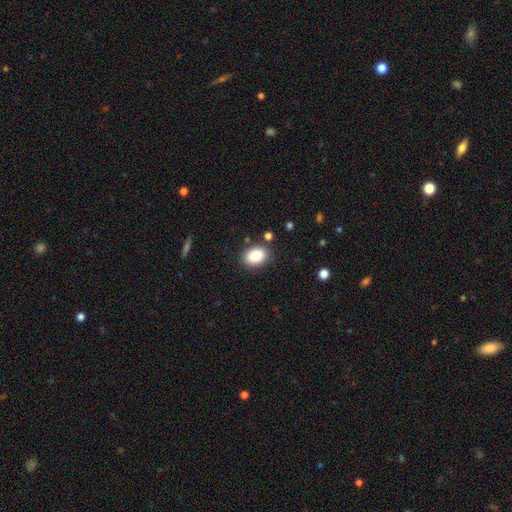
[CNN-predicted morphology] smooth-or-featured: smooth: 86% | star or artifact: 8% | featured or disk: 6%
  how-rounded: in between: 78% | round: 21% | cigar-shaped: 1%
  merging: none: 84% | minor disturbance: 10% | major disturbance: 3% | merger: 3%